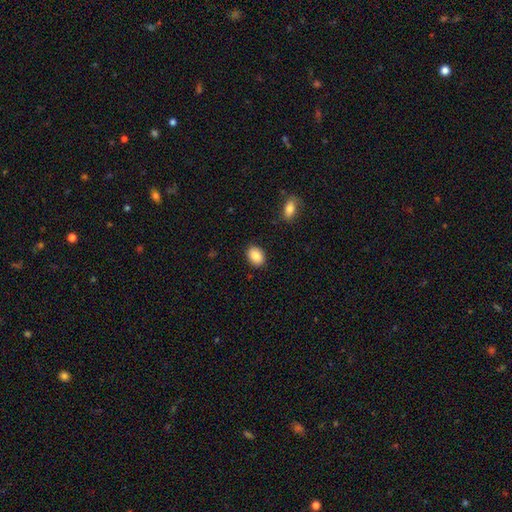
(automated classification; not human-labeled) smooth-or-featured: smooth: 89% | star or artifact: 7% | featured or disk: 4%
  how-rounded: in between: 75% | round: 24% | cigar-shaped: 1%
  merging: none: 88% | minor disturbance: 9% | major disturbance: 2% | merger: 1%